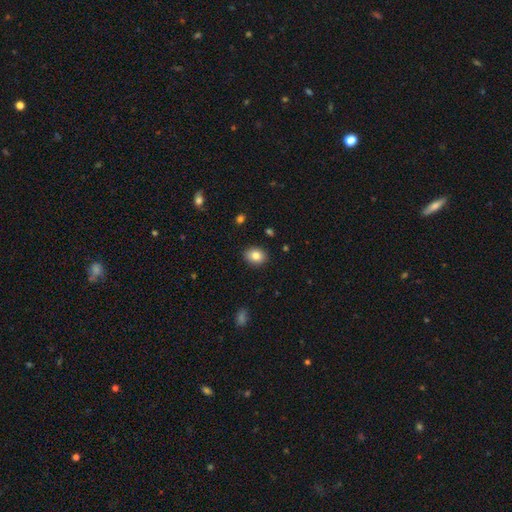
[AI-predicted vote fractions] smooth_or_featured: smooth (p=0.84) [alt: star or artifact p=0.09]
how_rounded: in between (p=0.59) [alt: round p=0.40]
merging: none (p=0.89) [alt: minor disturbance p=0.08]